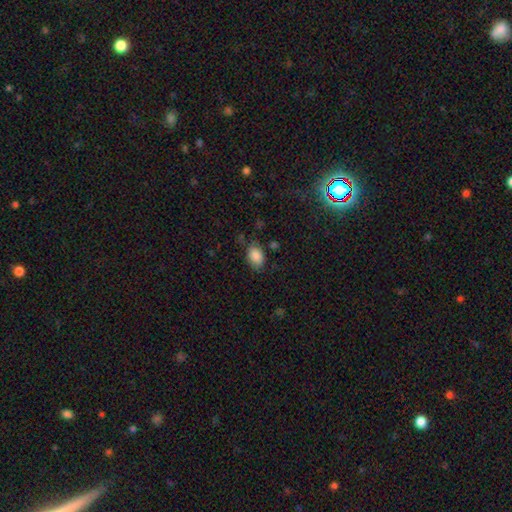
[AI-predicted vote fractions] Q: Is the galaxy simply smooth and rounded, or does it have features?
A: smooth — 87%.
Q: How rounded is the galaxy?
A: in between — 82%.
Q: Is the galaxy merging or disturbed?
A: none — 71%.